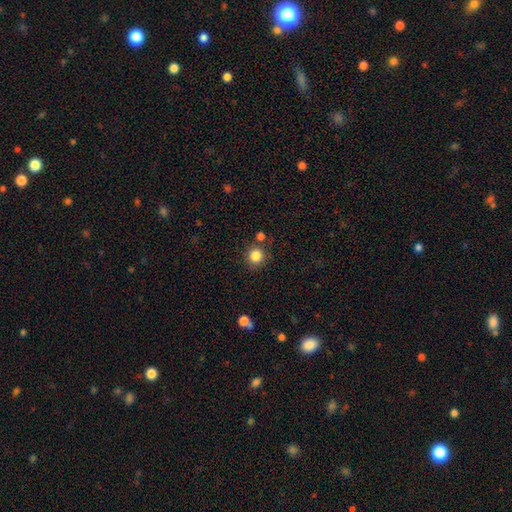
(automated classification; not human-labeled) Smooth or featured: smooth — 84% (star or artifact — 11%)
How rounded: round — 92% (in between — 7%)
Merging: none — 81% (minor disturbance — 9%)